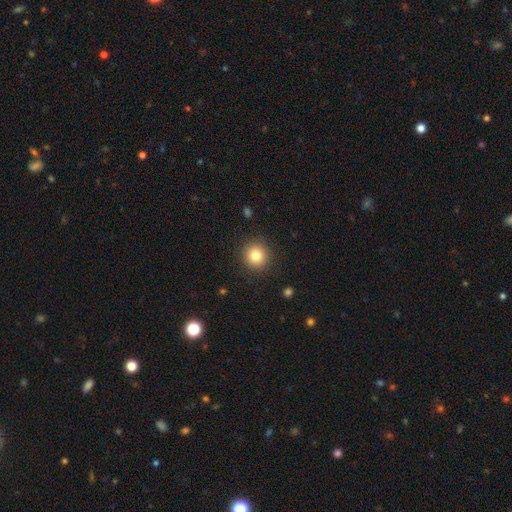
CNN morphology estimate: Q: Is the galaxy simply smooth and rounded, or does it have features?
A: smooth — 81%.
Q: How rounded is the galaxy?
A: round — 93%.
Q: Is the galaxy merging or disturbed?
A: none — 91%.